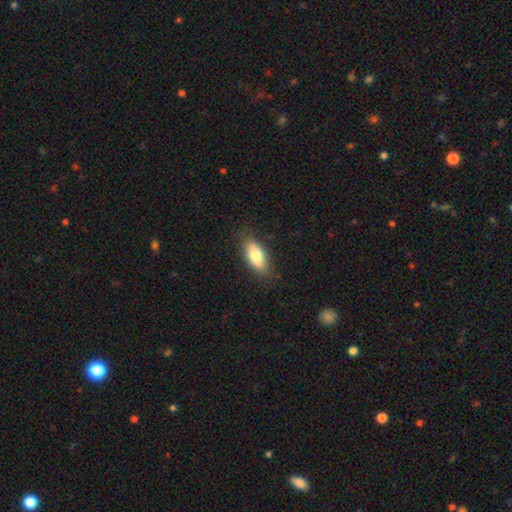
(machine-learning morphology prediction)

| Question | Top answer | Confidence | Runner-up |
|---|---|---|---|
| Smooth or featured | smooth | 77% | featured or disk (16%) |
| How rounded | in between | 86% | cigar-shaped (12%) |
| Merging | none | 84% | minor disturbance (12%) |